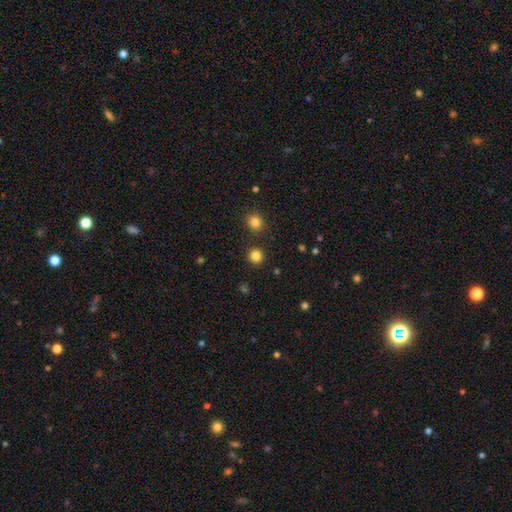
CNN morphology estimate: A smooth galaxy with no disk features (83%) that is round (94%).

Vote fractions:
- Smooth or featured? smooth: 83% / star or artifact: 13% / featured or disk: 3%
- How rounded? round: 94% / in between: 5% / cigar-shaped: 1%
- Merging? none: 90% / minor disturbance: 5% / merger: 3% / major disturbance: 2%